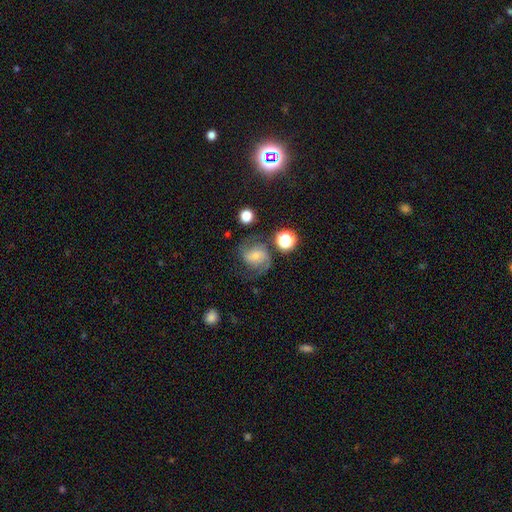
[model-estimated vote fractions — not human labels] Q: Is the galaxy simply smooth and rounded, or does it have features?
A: featured or disk — 69%.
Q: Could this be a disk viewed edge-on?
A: no — 98%.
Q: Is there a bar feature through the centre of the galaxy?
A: no — 50%.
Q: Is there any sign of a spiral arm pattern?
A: yes — 95%.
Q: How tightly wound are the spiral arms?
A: medium — 54%.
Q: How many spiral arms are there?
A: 2 — 84%.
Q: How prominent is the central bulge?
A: small — 49%.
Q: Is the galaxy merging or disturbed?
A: none — 62%.